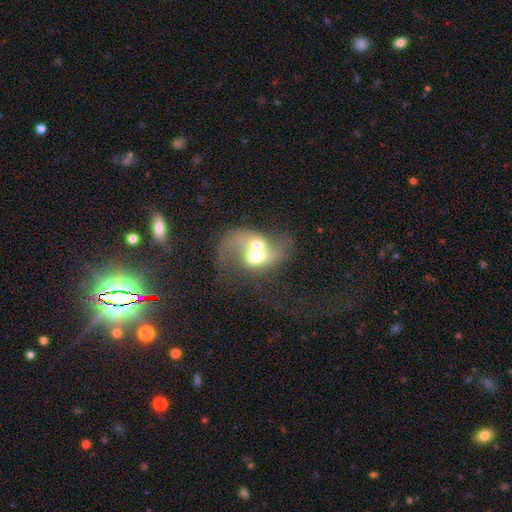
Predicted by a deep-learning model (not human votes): This is possibly a featured or disk galaxy (54%). It is clearly not viewed edge-on (97%). Bar: likely no (77%). Spiral arm pattern: possibly yes (51%). Central bulge: possibly moderate (57%). Merging: likely merger (77%).